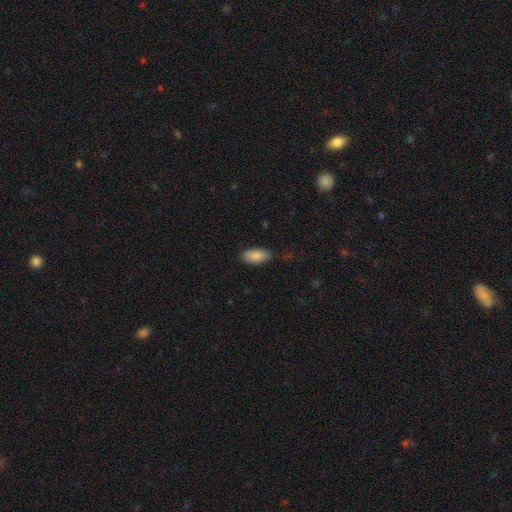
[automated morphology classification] A smooth galaxy with no disk features (88%) that is in between round and cigar-shaped (92%).

Vote fractions:
- Smooth or featured? smooth: 88% / star or artifact: 6% / featured or disk: 6%
- How rounded? in between: 92% / cigar-shaped: 6% / round: 2%
- Merging? none: 86% / minor disturbance: 11% / major disturbance: 2% / merger: 1%